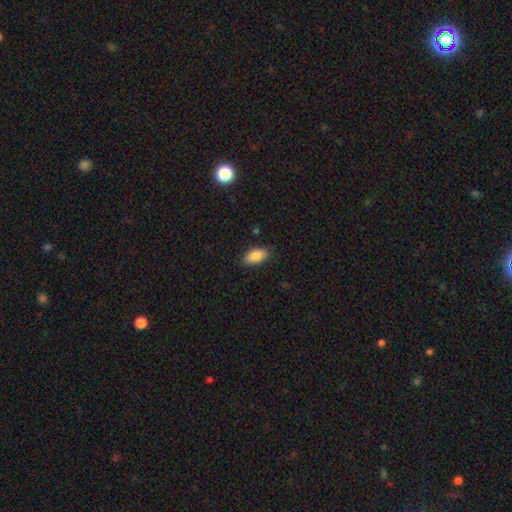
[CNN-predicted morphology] A smooth galaxy with no disk features (88%) that is in between round and cigar-shaped (93%). Merging: none (86%).